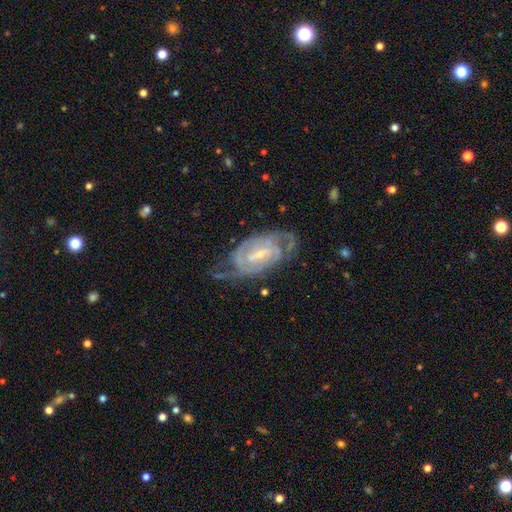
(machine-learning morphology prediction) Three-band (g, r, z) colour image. It shows a featured or disk galaxy (84%) with a weak bar (51%), 2 (58%) tight (61%) spiral arms (96%) and a small central bulge (58%). Merging: none (71%).